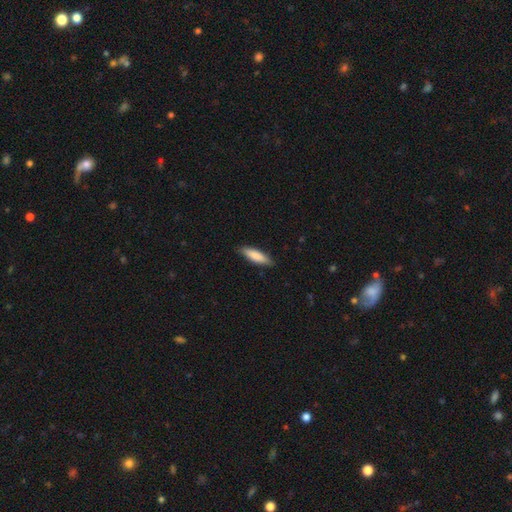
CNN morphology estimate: This is clearly a smooth galaxy (84%). How rounded: likely cigar-shaped (61%). Merging: clearly none (86%).